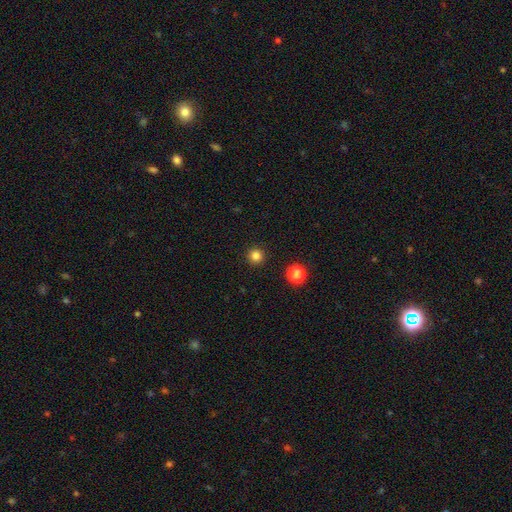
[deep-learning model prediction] This is clearly a smooth galaxy (83%). How rounded: clearly round (96%). Merging: clearly none (93%).